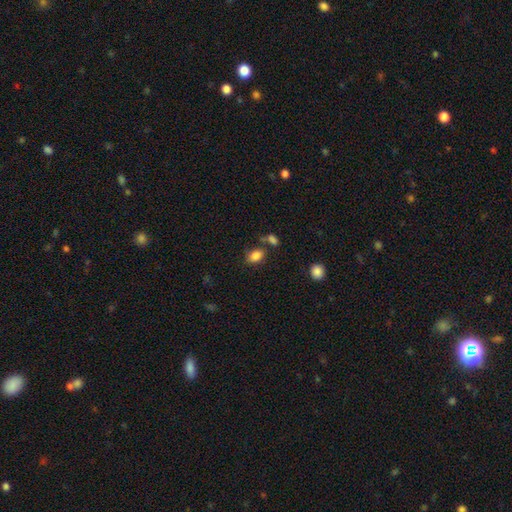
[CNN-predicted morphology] smooth_or_featured: smooth (p=0.85) [alt: star or artifact p=0.10]
how_rounded: in between (p=0.83) [alt: round p=0.15]
merging: none (p=0.66) [alt: merger p=0.16]